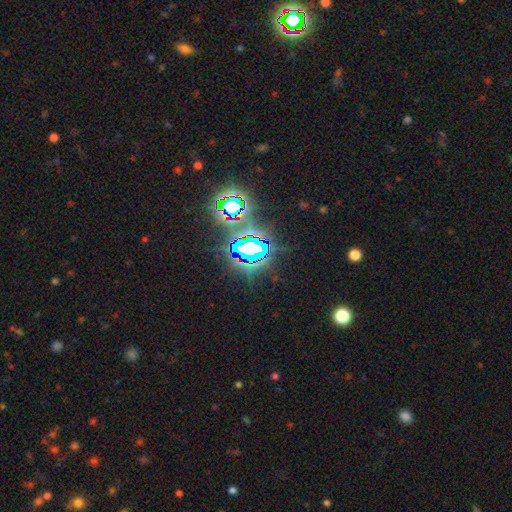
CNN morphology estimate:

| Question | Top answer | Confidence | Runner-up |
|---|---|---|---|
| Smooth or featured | star or artifact | 79% | smooth (12%) |